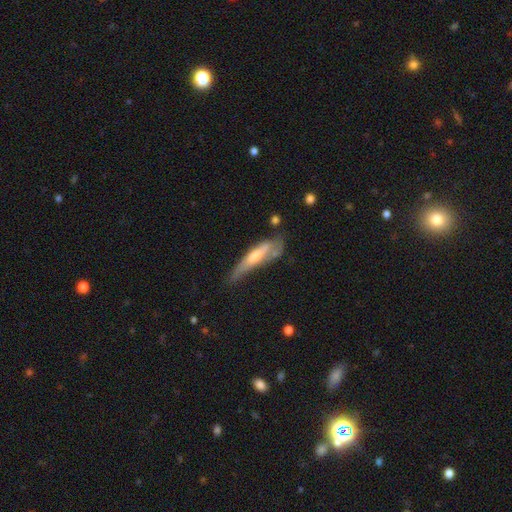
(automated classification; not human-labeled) Smooth or featured? featured or disk (55%)
Edge-on disk? yes (67%)
Merging? none (41%)